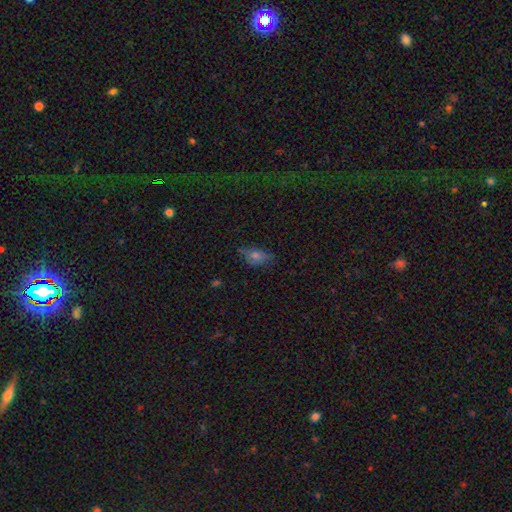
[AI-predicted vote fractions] smooth-or-featured: smooth: 59% | featured or disk: 23% | star or artifact: 18%
  how-rounded: in between: 80% | round: 11% | cigar-shaped: 9%
  merging: none: 65% | minor disturbance: 25% | major disturbance: 8% | merger: 2%